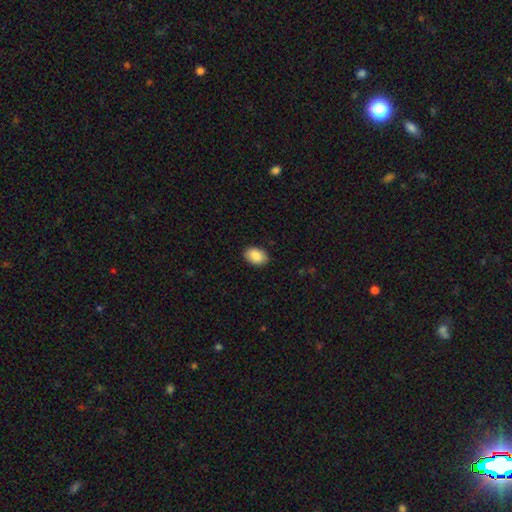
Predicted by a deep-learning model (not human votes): Overall: smooth (89%). How rounded: in between (85%). Merging: none (89%).